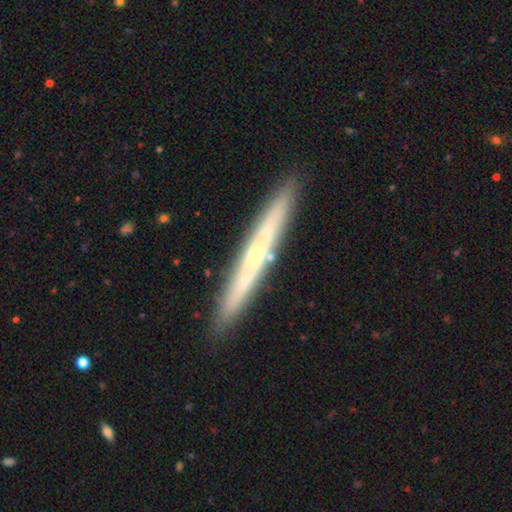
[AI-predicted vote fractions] Smooth or featured? Predicted: featured or disk (p=0.59). Edge-on disk? Predicted: yes (p=0.93). Edge-on bulge? Predicted: none (p=0.67). Merging? Predicted: none (p=0.88).